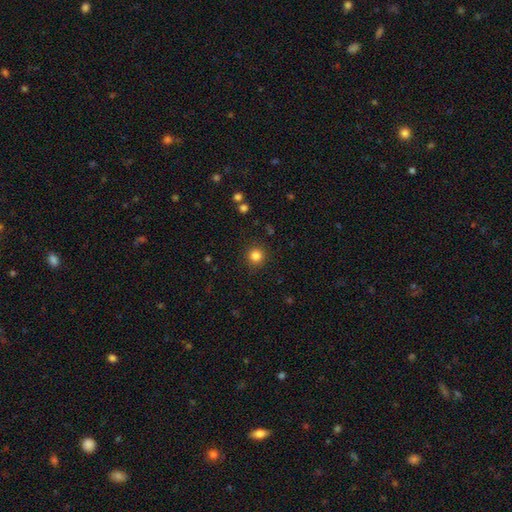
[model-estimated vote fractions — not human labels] Smooth or featured? smooth (83%)
How rounded? round (94%)
Merging? none (90%)